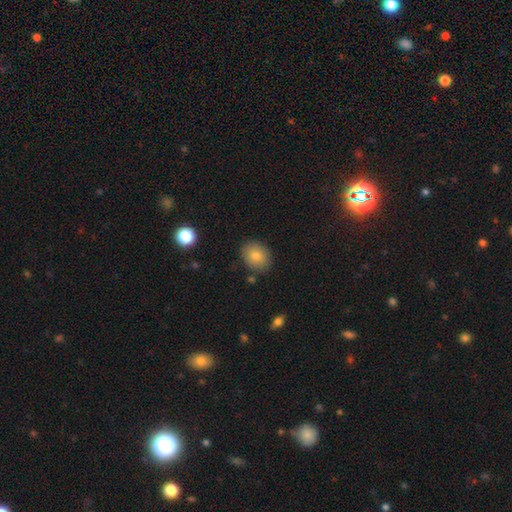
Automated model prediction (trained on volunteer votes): This is clearly a smooth galaxy (81%). How rounded: possibly in between (50%). Merging: clearly none (84%).